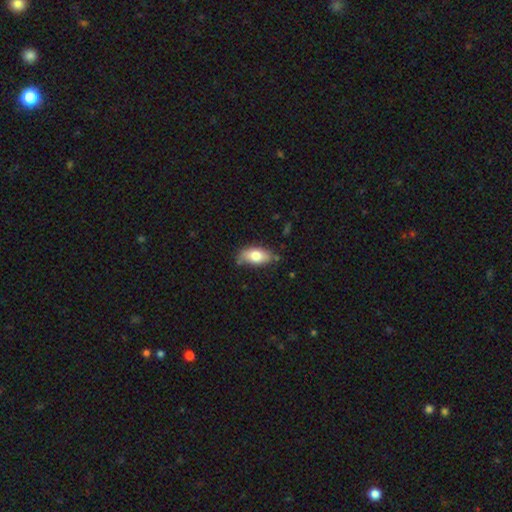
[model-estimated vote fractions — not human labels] Smooth or featured: smooth — 76% (featured or disk — 17%)
How rounded: in between — 90% (cigar-shaped — 6%)
Merging: none — 70% (minor disturbance — 23%)